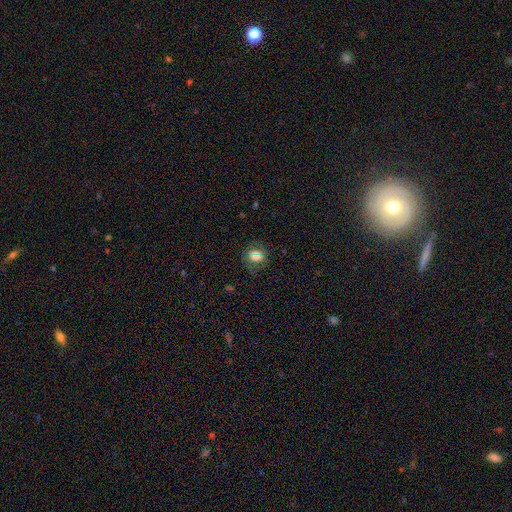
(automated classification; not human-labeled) This appears to be a smooth galaxy with no disk features (58%) that is round (72%). Merging: none (80%).